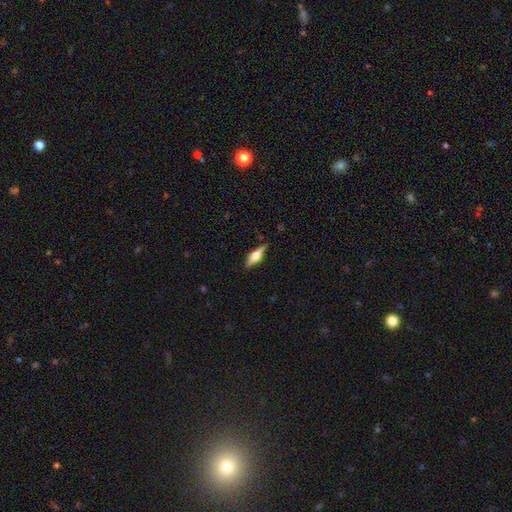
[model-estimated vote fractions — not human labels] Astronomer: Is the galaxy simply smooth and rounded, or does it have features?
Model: featured or disk — 62%.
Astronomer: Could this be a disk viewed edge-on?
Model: yes — 96%.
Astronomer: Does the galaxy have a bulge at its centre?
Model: rounded — 91%.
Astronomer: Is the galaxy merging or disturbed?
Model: none — 87%.